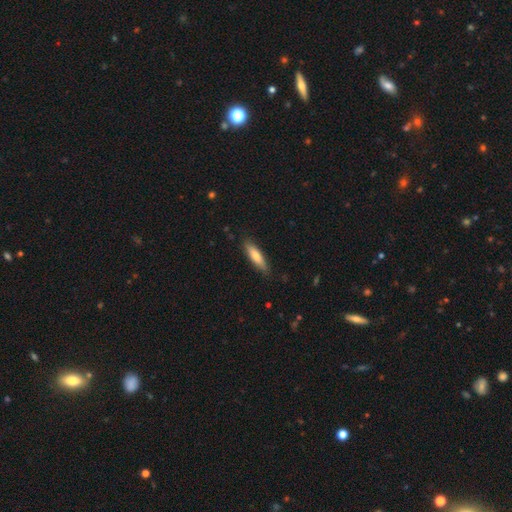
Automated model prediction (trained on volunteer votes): A smooth galaxy with no disk features (71%) that is cigar-shaped (74%). Merging: none (85%).